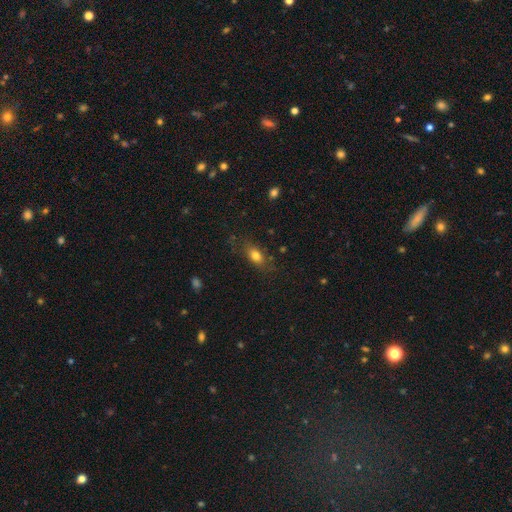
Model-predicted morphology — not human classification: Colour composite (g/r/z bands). It shows a smooth galaxy with no disk features (77%) that is in between round and cigar-shaped (77%). Merging: none (74%).